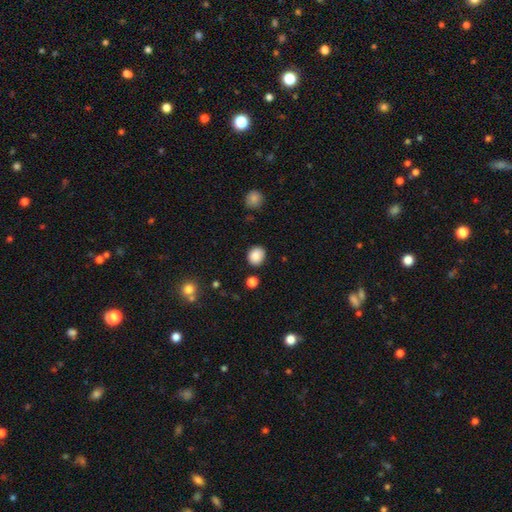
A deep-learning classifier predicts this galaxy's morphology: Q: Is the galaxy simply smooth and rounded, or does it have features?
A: smooth — 87%.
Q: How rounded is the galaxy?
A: round — 68%.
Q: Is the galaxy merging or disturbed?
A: none — 86%.